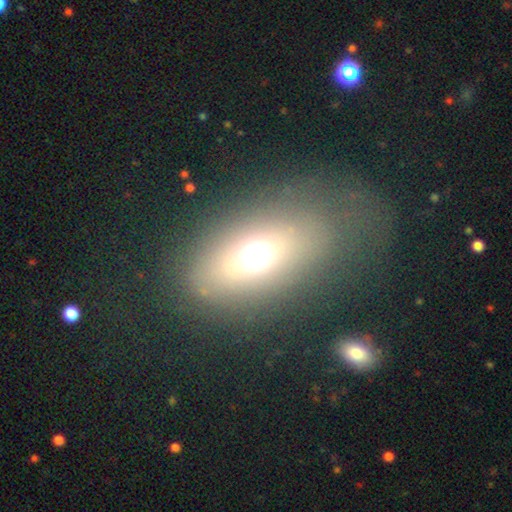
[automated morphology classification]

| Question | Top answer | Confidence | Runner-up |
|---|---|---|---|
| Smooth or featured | smooth | 59% | featured or disk (24%) |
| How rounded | in between | 77% | round (19%) |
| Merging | none | 64% | minor disturbance (17%) |